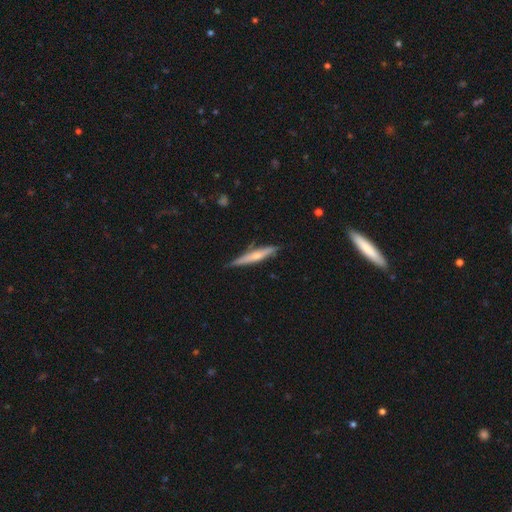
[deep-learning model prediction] Smooth or featured: smooth — 48% (featured or disk — 46%)
Merging: none — 76% (minor disturbance — 19%)